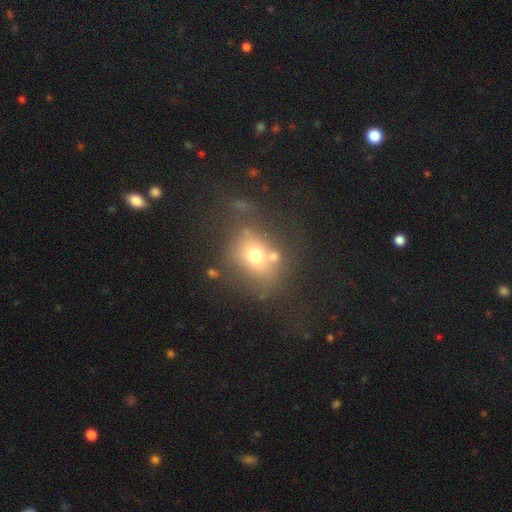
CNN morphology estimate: A smooth galaxy with no disk features (63%) that is round (54%).

Vote fractions:
- Smooth or featured? smooth: 63% / featured or disk: 22% / star or artifact: 16%
- How rounded? round: 54% / in between: 44% / cigar-shaped: 2%
- Merging? none: 52% / minor disturbance: 18% / merger: 17% / major disturbance: 13%